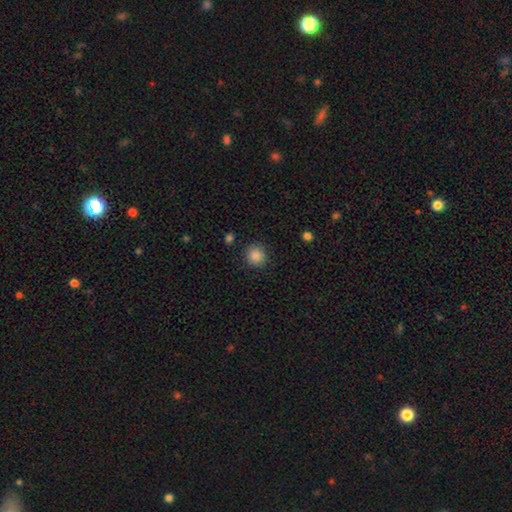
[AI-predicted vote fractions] smooth-or-featured: smooth: 88% | star or artifact: 9% | featured or disk: 3%
  how-rounded: round: 89% | in between: 10% | cigar-shaped: 1%
  merging: none: 87% | minor disturbance: 8% | major disturbance: 3% | merger: 2%